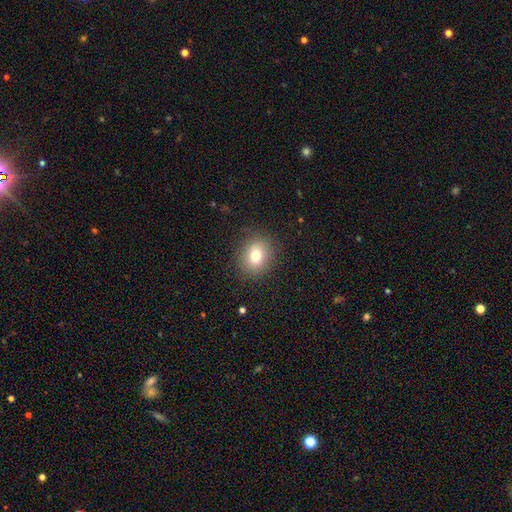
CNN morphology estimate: A smooth galaxy with no disk features (77%) that is round (65%).

Vote fractions:
- Smooth or featured? smooth: 77% / star or artifact: 12% / featured or disk: 11%
- How rounded? round: 65% / in between: 34% / cigar-shaped: 1%
- Merging? none: 87% / minor disturbance: 9% / major disturbance: 3% / merger: 1%